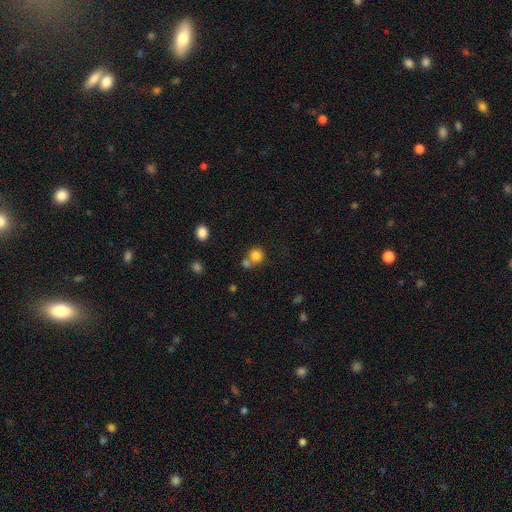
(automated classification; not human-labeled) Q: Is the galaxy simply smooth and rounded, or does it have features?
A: smooth — 82%.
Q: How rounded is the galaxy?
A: round — 89%.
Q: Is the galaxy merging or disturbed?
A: none — 55%.